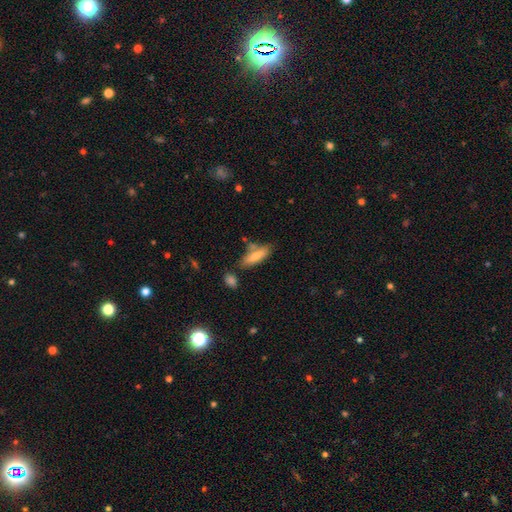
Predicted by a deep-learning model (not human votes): A smooth galaxy with no disk features (72%) that is cigar-shaped (50%). Merging: none (66%).